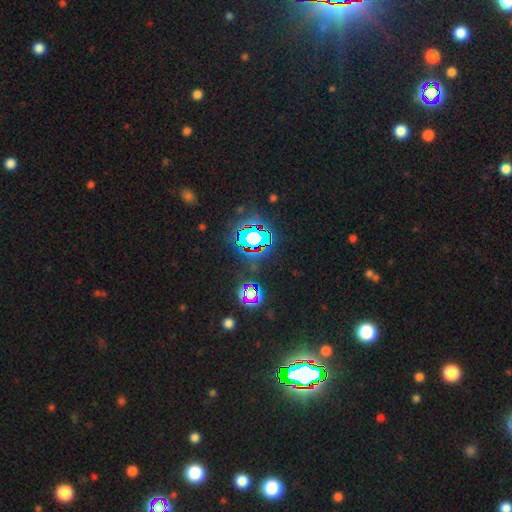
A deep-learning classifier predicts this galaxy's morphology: Smooth or featured: star or artifact — 83% (smooth — 10%)